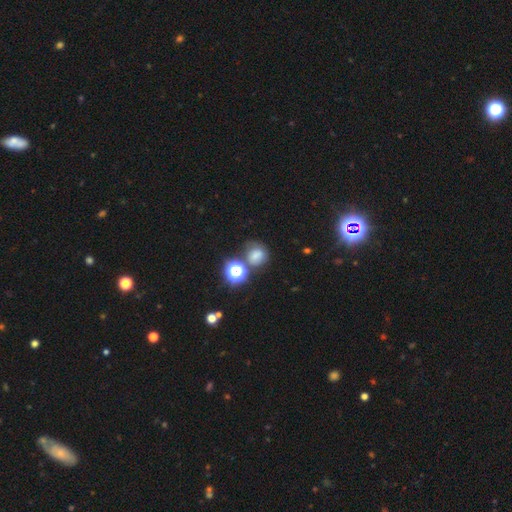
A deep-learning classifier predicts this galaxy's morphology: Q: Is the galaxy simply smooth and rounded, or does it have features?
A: smooth — 63%.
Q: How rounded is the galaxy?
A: round — 78%.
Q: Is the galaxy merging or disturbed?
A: none — 57%.